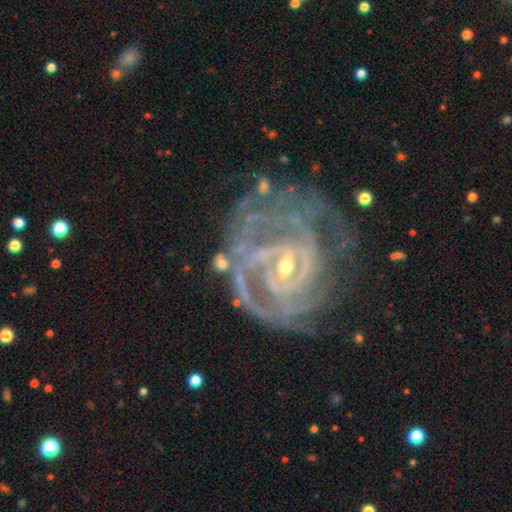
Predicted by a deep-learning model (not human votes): Smooth or featured?
  - featured or disk: 91% *
  - star or artifact: 5%
  - smooth: 4%
Edge-on disk?
  - no: 98% *
  - yes: 2%
Bar?
  - weak: 46% *
  - strong: 31%
  - no: 23%
Spiral arms?
  - yes: 96% *
  - no: 4%
Spiral winding?
  - tight: 69% *
  - medium: 26%
  - loose: 5%
Spiral arm count?
  - can't tell: 25% *
  - 2: 23%
  - 3: 21%
  - 4: 15%
  - more than 4: 9%
  - 1: 7%
Bulge size?
  - small: 66% *
  - moderate: 30%
  - none: 2%
  - large: 1%
  - dominant: 1%
Merging?
  - none: 56% *
  - minor disturbance: 22%
  - major disturbance: 18%
  - merger: 4%